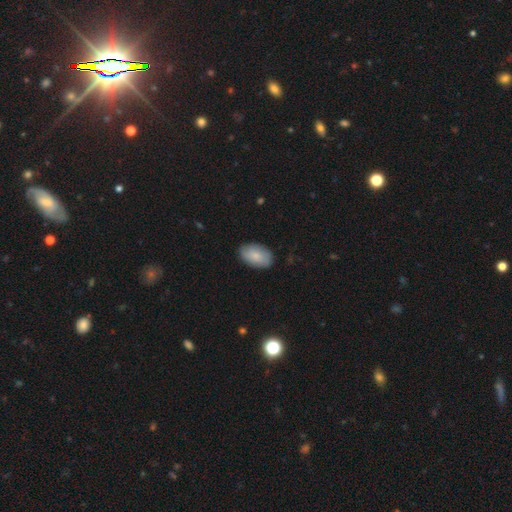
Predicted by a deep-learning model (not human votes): Smooth or featured: smooth — 82% (featured or disk — 12%)
How rounded: in between — 93% (round — 6%)
Merging: none — 84% (minor disturbance — 13%)